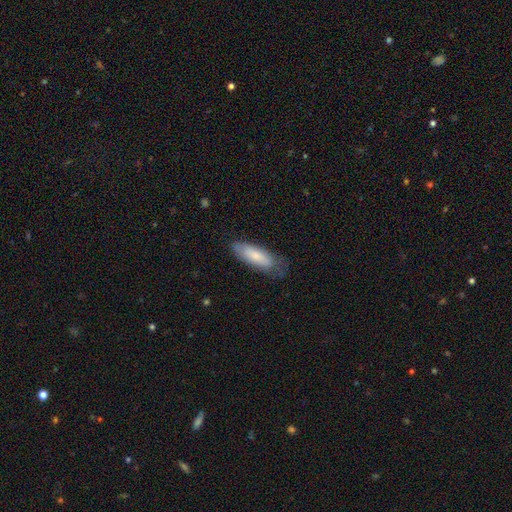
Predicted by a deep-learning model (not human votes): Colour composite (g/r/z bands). It shows a smooth galaxy with no disk features (73%) that is in between round and cigar-shaped (61%). Merging: none (66%).